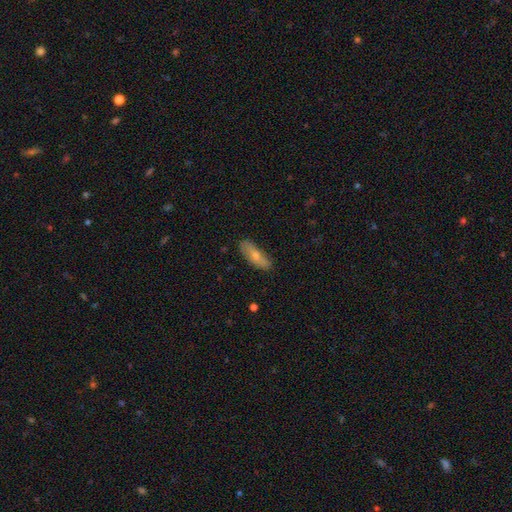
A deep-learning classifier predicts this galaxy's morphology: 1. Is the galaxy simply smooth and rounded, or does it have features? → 66% smooth, 28% featured or disk, 6% star or artifact.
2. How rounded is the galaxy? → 67% in between, 30% cigar-shaped, 2% round.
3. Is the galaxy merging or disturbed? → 78% none, 17% minor disturbance, 3% major disturbance, 2% merger.